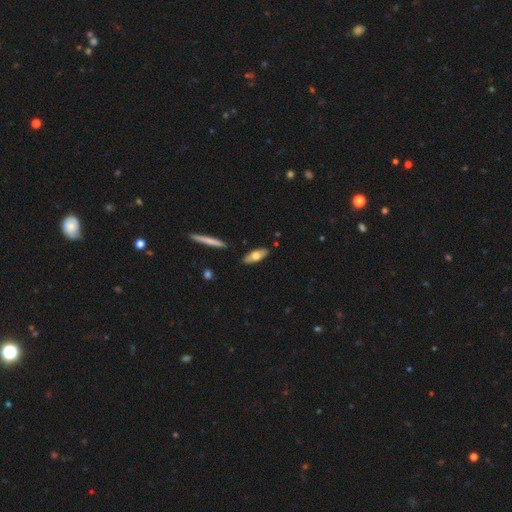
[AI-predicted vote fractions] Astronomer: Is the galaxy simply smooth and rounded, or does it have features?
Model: smooth — 63%.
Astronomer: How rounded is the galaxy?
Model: in between — 66%.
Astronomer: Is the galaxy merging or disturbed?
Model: none — 86%.